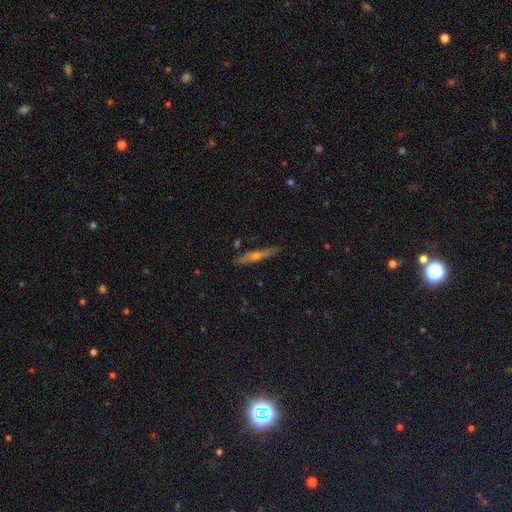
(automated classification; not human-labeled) The model was most divided on "smooth or featured": featured or disk: 61%, smooth: 32%, star or artifact: 7%. More confident: edge-on disk — yes (92%); merging — none (86%); edge-on bulge — rounded (84%).